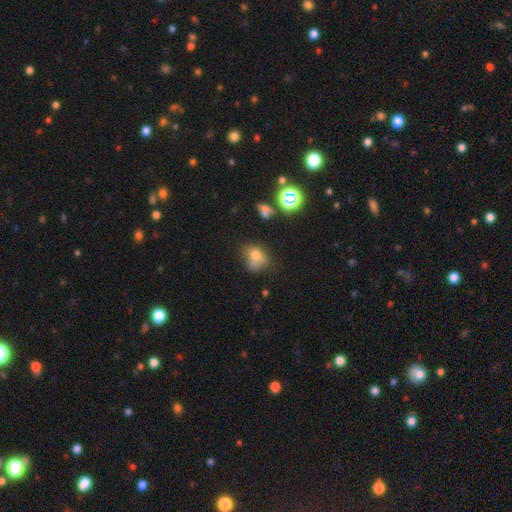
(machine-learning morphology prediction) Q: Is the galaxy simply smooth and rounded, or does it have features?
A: smooth — 66%.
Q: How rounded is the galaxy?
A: in between — 50%.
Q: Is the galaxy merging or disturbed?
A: none — 41%.